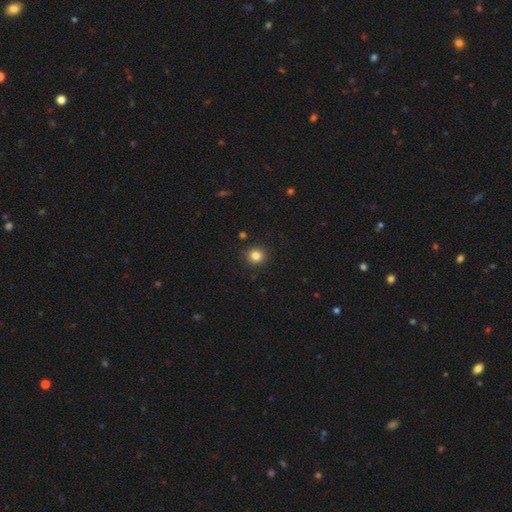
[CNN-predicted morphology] Overall: smooth (83%). How rounded: round (92%). Merging: none (91%).